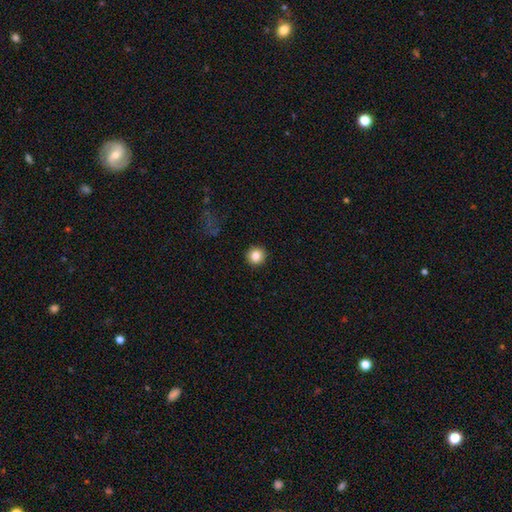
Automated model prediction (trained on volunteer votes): Smooth or featured?
  - smooth: 84% *
  - star or artifact: 10%
  - featured or disk: 6%
How rounded?
  - round: 95% *
  - in between: 4%
  - cigar-shaped: 1%
Merging?
  - none: 93% *
  - minor disturbance: 5%
  - major disturbance: 2%
  - merger: 1%